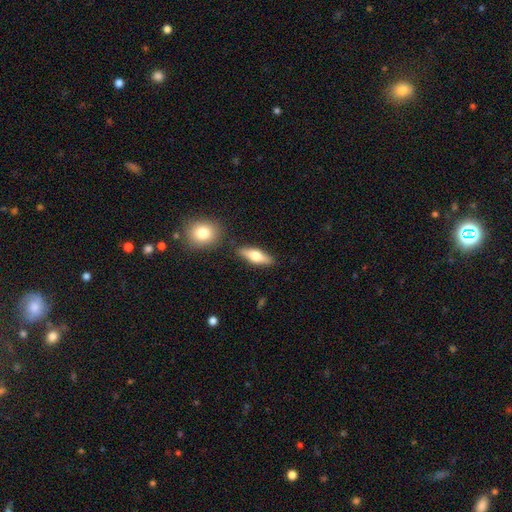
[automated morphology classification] type=smooth (55%); roundness=in between (56%); merging=none (82%).